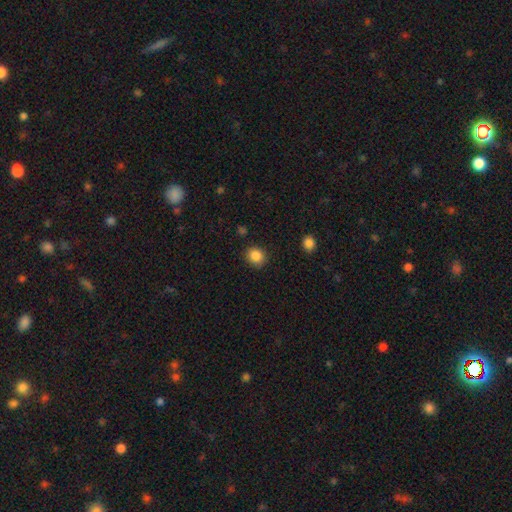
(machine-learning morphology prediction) This appears to be a smooth galaxy with no disk features (86%) that is round (77%). Merging: none (88%).